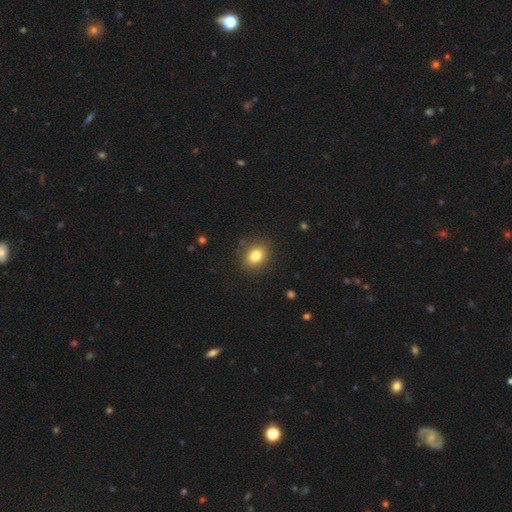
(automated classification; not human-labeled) Smooth or featured: smooth — 82% (star or artifact — 11%)
How rounded: round — 60% (in between — 40%)
Merging: none — 88% (minor disturbance — 8%)